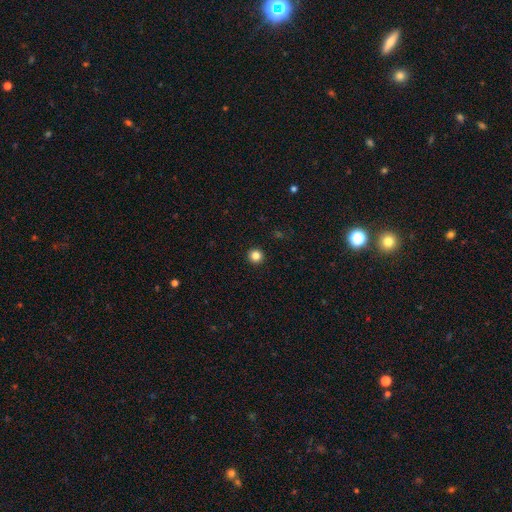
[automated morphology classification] smooth-or-featured: smooth: 84% | star or artifact: 12% | featured or disk: 4%
  how-rounded: round: 96% | in between: 3% | cigar-shaped: 1%
  merging: none: 94% | minor disturbance: 4% | major disturbance: 1% | merger: 1%